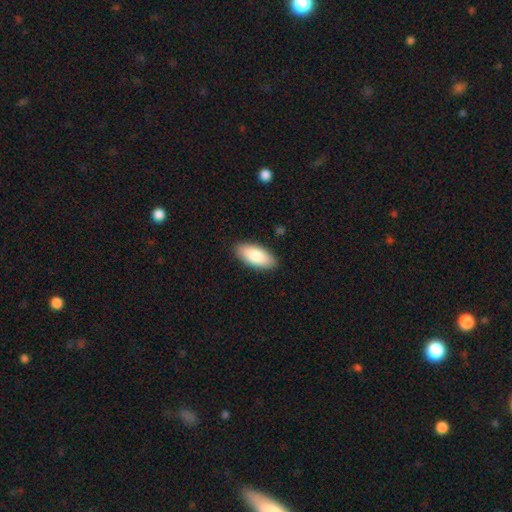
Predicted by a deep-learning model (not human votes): This appears to be a smooth galaxy with no disk features (85%) that is in between round and cigar-shaped (89%). Merging: none (89%).